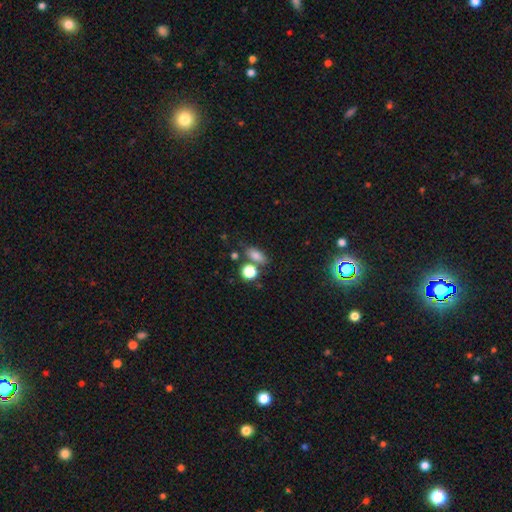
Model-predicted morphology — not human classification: Smooth or featured? Predicted: smooth (p=0.77). How rounded? Predicted: in between (p=0.74). Merging? Predicted: none (p=0.65).